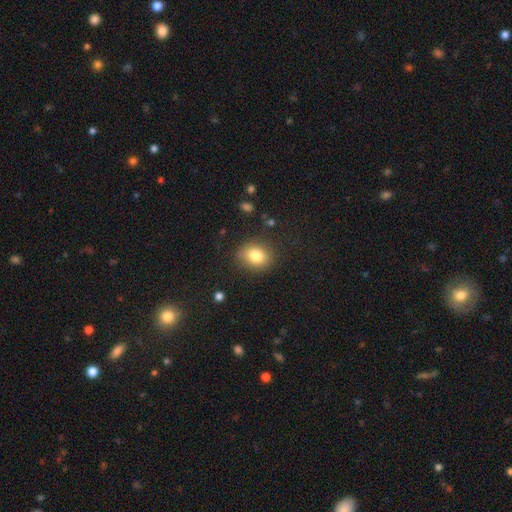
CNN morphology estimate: Smooth or featured: smooth — 80% (star or artifact — 10%)
How rounded: round — 57% (in between — 42%)
Merging: none — 81% (minor disturbance — 13%)